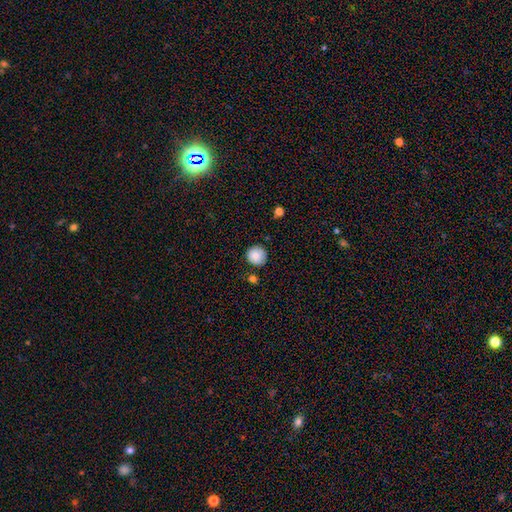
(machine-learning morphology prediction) A smooth galaxy with no disk features (86%) that is round (94%). Merging: none (85%).